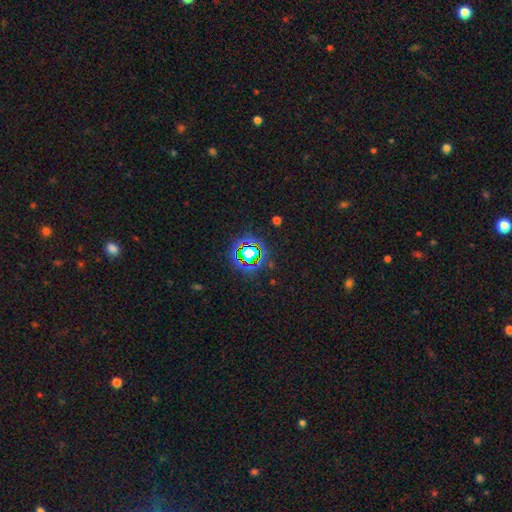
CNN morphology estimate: Smooth or featured?
  - star or artifact: 71% *
  - smooth: 18%
  - featured or disk: 11%